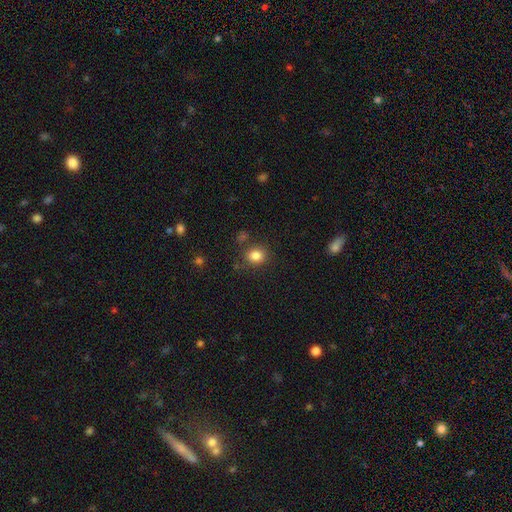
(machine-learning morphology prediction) Smooth or featured? smooth (83%)
How rounded? round (70%)
Merging? none (80%)